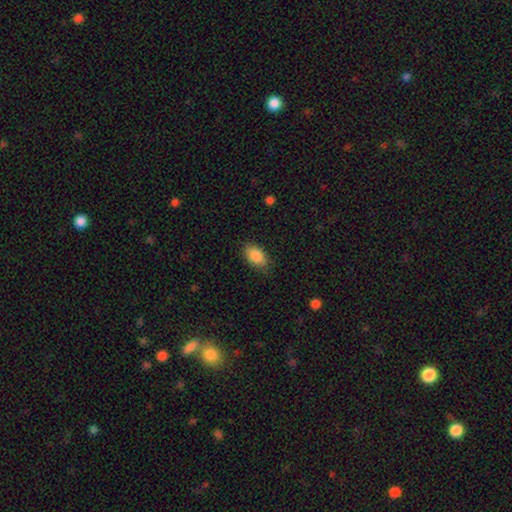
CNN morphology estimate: A smooth galaxy with no disk features (88%) that is in between round and cigar-shaped (90%). Merging: none (80%).